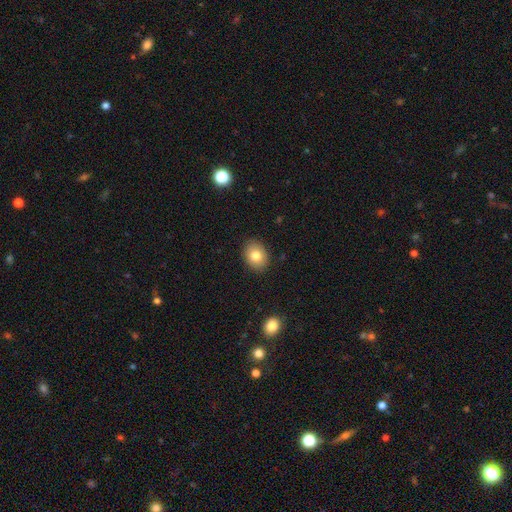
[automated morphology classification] Smooth or featured? Predicted: smooth (p=0.81). How rounded? Predicted: in between (p=0.58). Merging? Predicted: none (p=0.89).